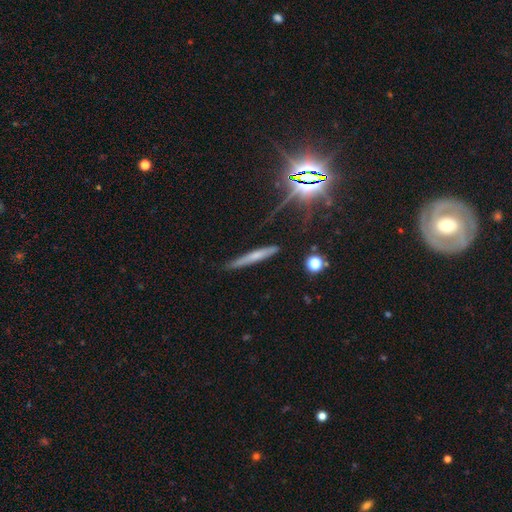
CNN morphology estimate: Q: Smooth or featured?
A: smooth (50%); runner-up: featured or disk (36%)
Q: Merging?
A: none (82%); runner-up: minor disturbance (13%)